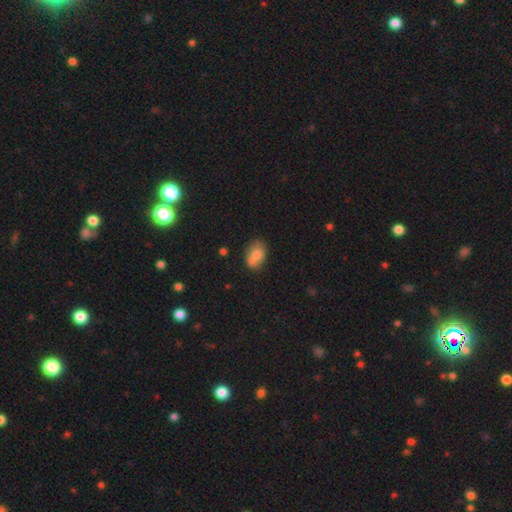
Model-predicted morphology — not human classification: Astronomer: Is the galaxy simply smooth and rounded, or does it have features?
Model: smooth — 73%.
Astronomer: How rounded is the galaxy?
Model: in between — 77%.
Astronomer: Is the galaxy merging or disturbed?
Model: none — 48% (runner-up: merger, 27%).